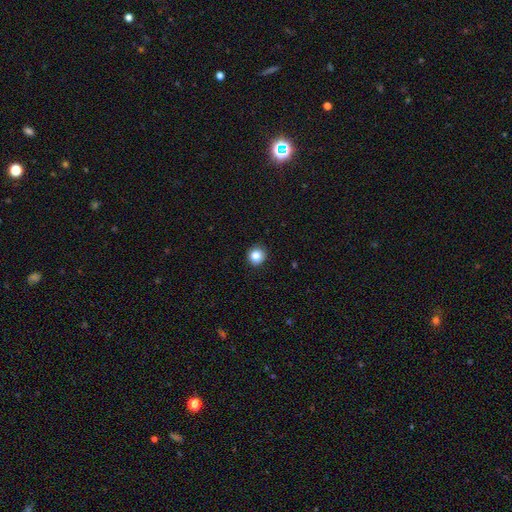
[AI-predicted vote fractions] Q: Smooth or featured?
A: smooth (84%); runner-up: star or artifact (11%)
Q: How rounded?
A: round (92%); runner-up: in between (7%)
Q: Merging?
A: none (92%); runner-up: minor disturbance (5%)